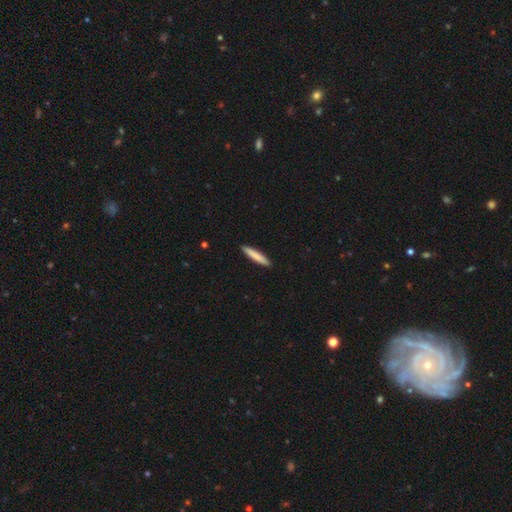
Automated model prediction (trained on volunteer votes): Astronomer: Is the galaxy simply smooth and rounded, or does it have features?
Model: smooth — 81%.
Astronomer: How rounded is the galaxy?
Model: cigar-shaped — 94%.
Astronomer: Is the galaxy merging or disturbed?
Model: none — 92%.